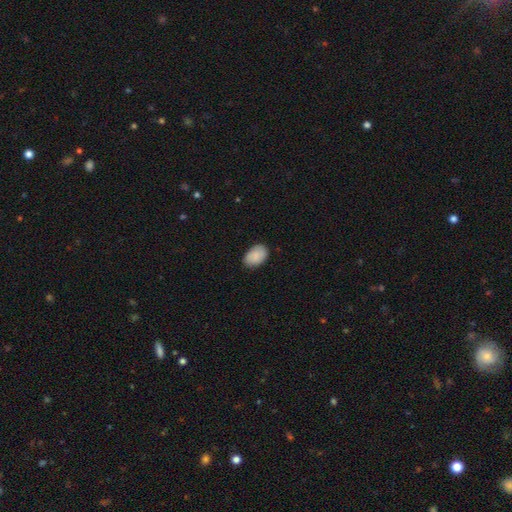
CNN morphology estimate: Smooth or featured? smooth (88%)
How rounded? in between (88%)
Merging? none (84%)